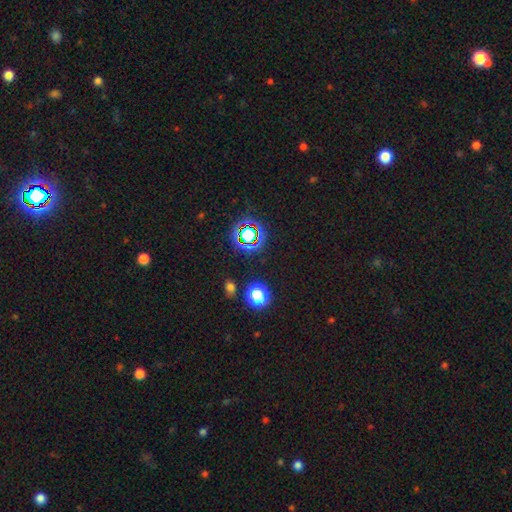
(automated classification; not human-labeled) Overall: star or artifact (73%).